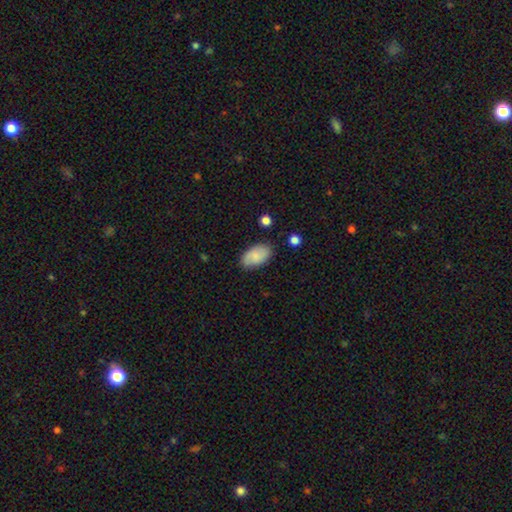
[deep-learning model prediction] smooth-or-featured: smooth: 77% | featured or disk: 16% | star or artifact: 7%
  how-rounded: in between: 94% | round: 4% | cigar-shaped: 2%
  merging: none: 81% | minor disturbance: 14% | major disturbance: 3% | merger: 2%